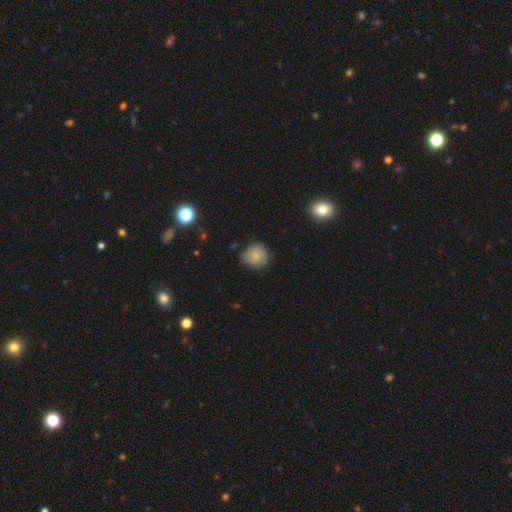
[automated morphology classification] Q: Smooth or featured?
A: smooth (75%); runner-up: featured or disk (17%)
Q: How rounded?
A: round (87%); runner-up: in between (12%)
Q: Merging?
A: none (72%); runner-up: minor disturbance (23%)